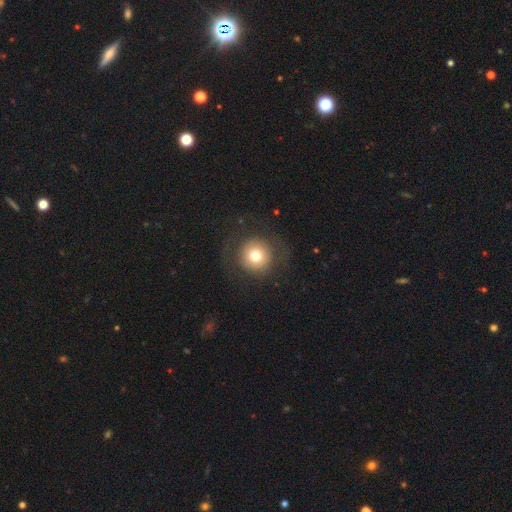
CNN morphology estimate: A smooth galaxy with no disk features (70%) that is round (95%).

Vote fractions:
- Smooth or featured? smooth: 70% / featured or disk: 19% / star or artifact: 10%
- How rounded? round: 95% / in between: 4% / cigar-shaped: 1%
- Merging? none: 80% / minor disturbance: 10% / major disturbance: 9% / merger: 1%